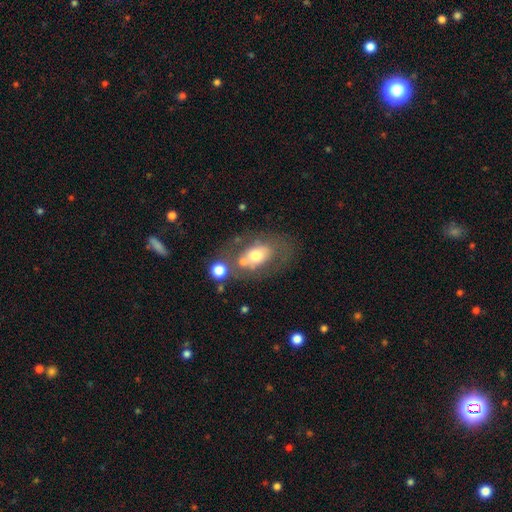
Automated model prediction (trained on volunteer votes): Smooth or featured? smooth (54%)
How rounded? in between (79%)
Merging? none (49%)